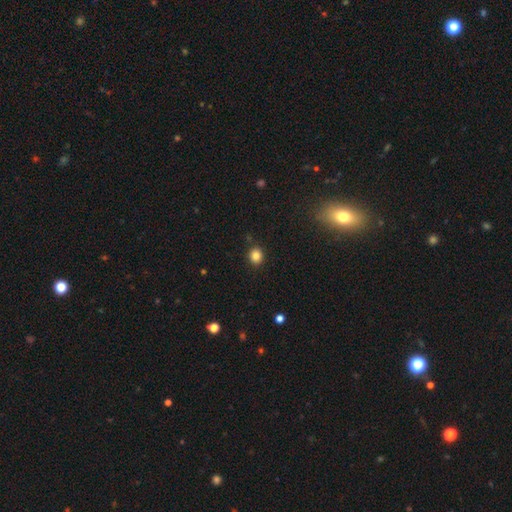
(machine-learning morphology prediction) smooth-or-featured: smooth: 84% | star or artifact: 11% | featured or disk: 4%
  how-rounded: round: 72% | in between: 27% | cigar-shaped: 1%
  merging: none: 88% | minor disturbance: 8% | major disturbance: 2% | merger: 2%